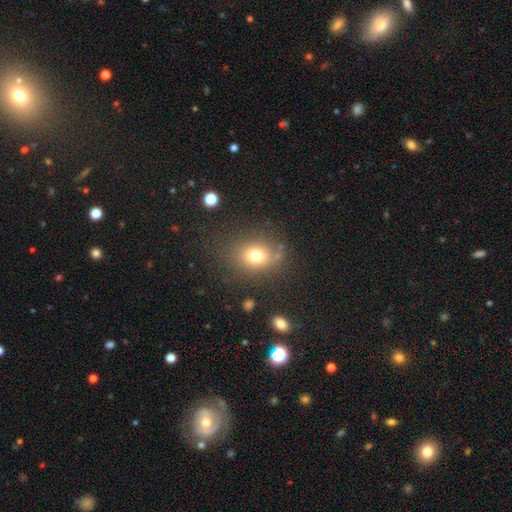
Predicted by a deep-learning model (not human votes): A smooth galaxy with no disk features (73%) that is round (54%). Merging: none (75%).